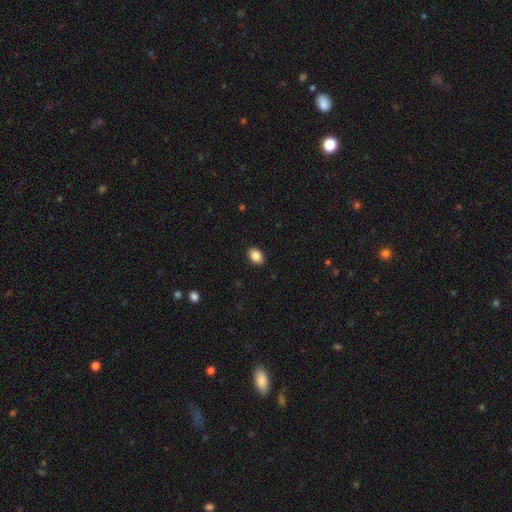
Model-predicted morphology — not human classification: This appears to be a smooth galaxy with no disk features (88%) that is in between round and cigar-shaped (77%). Merging: none (90%).